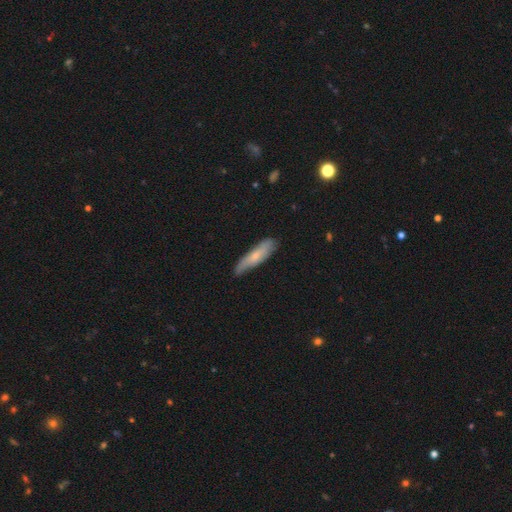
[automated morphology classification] Smooth or featured? Predicted: smooth (p=0.63). How rounded? Predicted: cigar-shaped (p=0.76). Merging? Predicted: none (p=0.73).